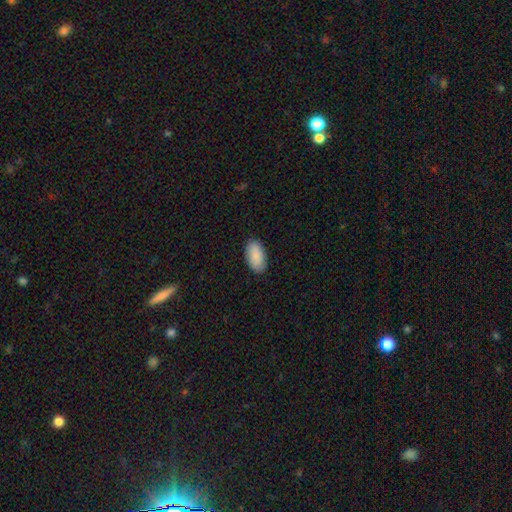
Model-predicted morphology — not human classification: Smooth or featured? smooth (89%)
How rounded? in between (95%)
Merging? none (88%)